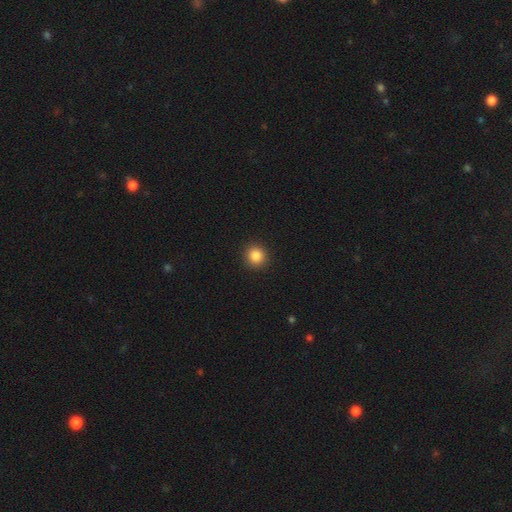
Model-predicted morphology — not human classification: Overall: smooth (86%). How rounded: round (92%). Merging: none (92%).